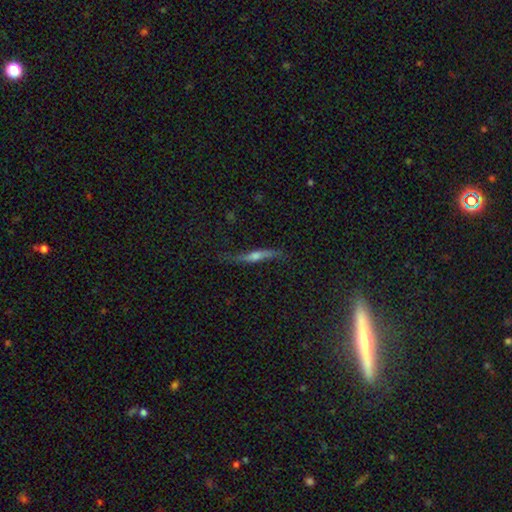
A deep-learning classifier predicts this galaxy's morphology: This is likely a featured or disk galaxy (65%). It is clearly viewed edge-on (84%). Edge-on bulge: likely rounded (79%). Merging: likely none (69%).